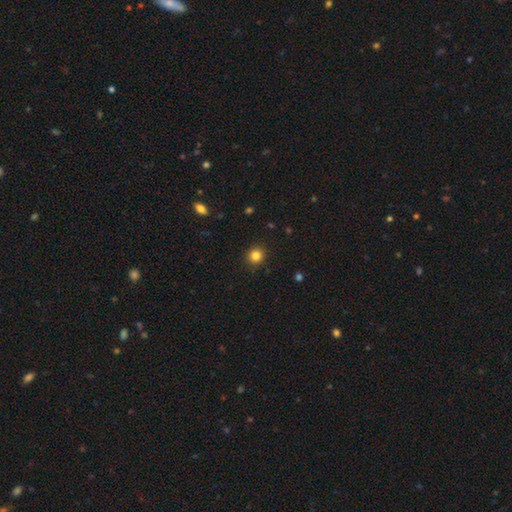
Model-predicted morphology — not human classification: Smooth or featured? smooth (83%)
How rounded? round (87%)
Merging? none (91%)